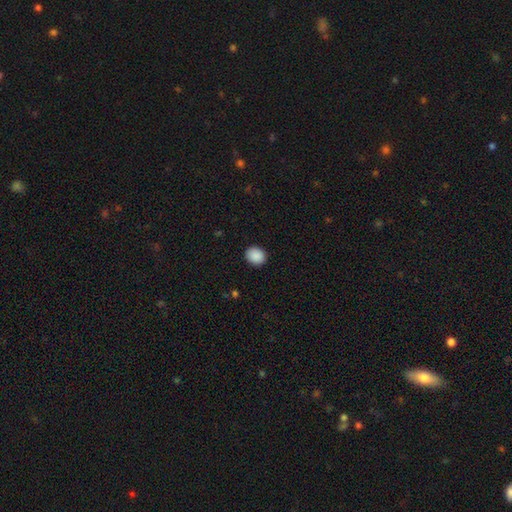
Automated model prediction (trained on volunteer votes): A smooth galaxy with no disk features (90%) that is round (64%).

Vote fractions:
- Smooth or featured? smooth: 90% / star or artifact: 8% / featured or disk: 2%
- How rounded? round: 64% / in between: 35% / cigar-shaped: 1%
- Merging? none: 90% / minor disturbance: 7% / major disturbance: 2% / merger: 1%